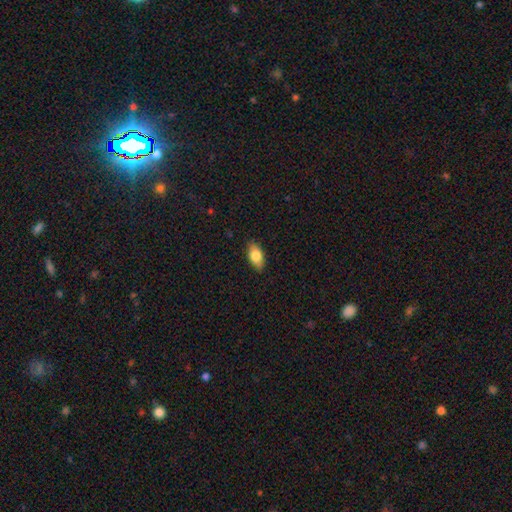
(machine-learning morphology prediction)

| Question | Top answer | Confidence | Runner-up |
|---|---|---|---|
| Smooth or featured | smooth | 81% | featured or disk (12%) |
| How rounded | in between | 91% | cigar-shaped (5%) |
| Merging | none | 87% | minor disturbance (10%) |